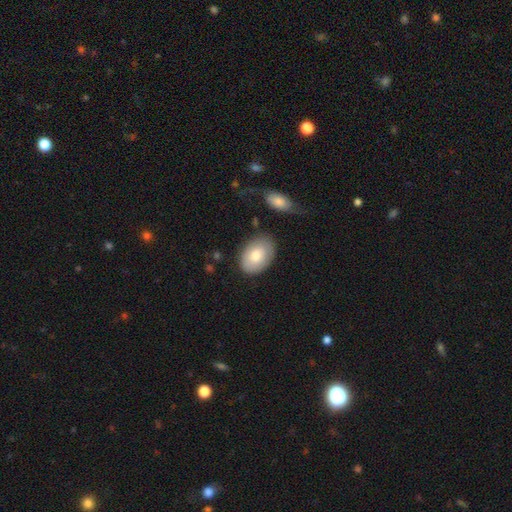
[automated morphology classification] smooth-or-featured: smooth: 77% | featured or disk: 17% | star or artifact: 6%
  how-rounded: in between: 85% | round: 14% | cigar-shaped: 1%
  merging: none: 77% | minor disturbance: 16% | major disturbance: 4% | merger: 3%